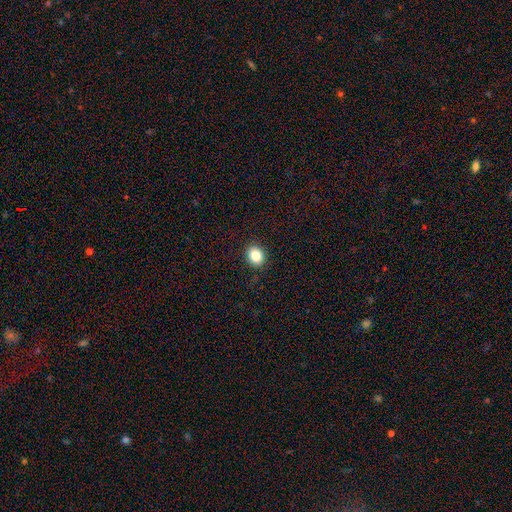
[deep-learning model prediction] Q: Smooth or featured?
A: smooth (84%); runner-up: star or artifact (10%)
Q: How rounded?
A: round (63%); runner-up: in between (36%)
Q: Merging?
A: none (91%); runner-up: minor disturbance (6%)